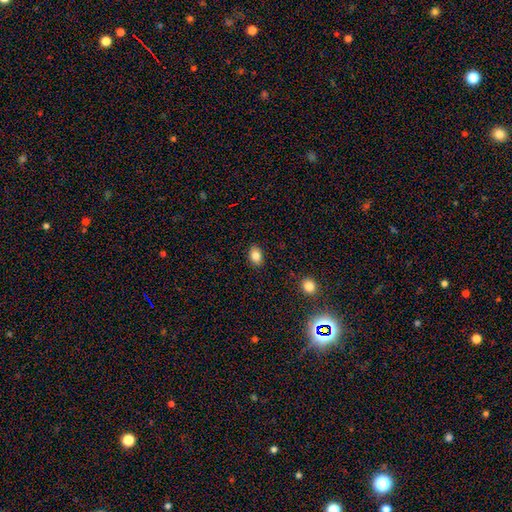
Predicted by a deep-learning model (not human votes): Smooth or featured? Predicted: smooth (p=0.84). How rounded? Predicted: in between (p=0.78). Merging? Predicted: none (p=0.88).